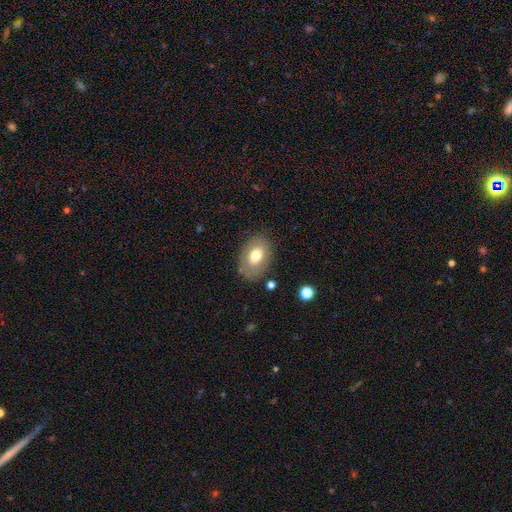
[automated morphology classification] Overall: smooth (71%). How rounded: in between (83%). Merging: none (80%).